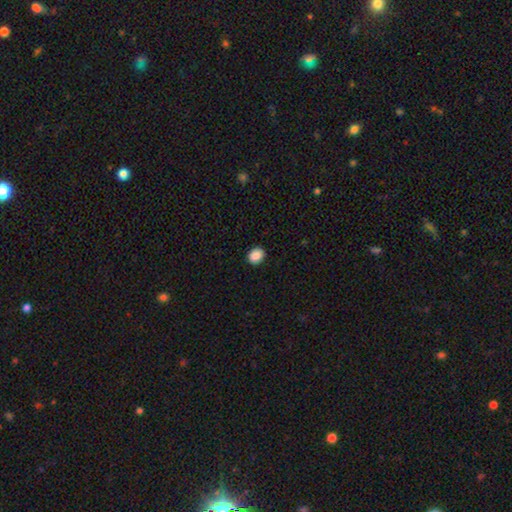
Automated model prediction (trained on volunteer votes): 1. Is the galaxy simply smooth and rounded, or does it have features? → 89% smooth, 8% star or artifact, 2% featured or disk.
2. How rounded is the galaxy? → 51% in between, 48% round, 1% cigar-shaped.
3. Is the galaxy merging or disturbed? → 90% none, 7% minor disturbance, 2% major disturbance, 1% merger.